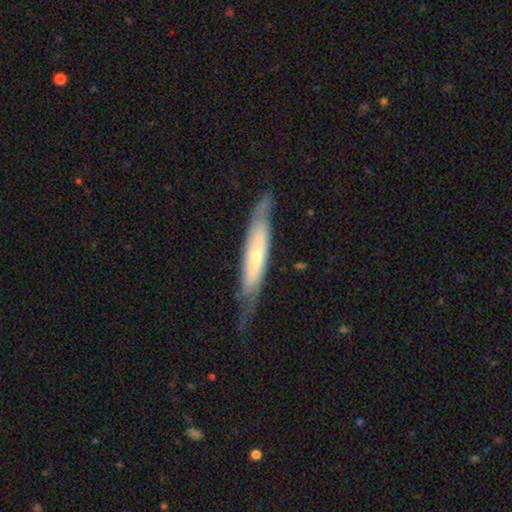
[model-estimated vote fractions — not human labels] featured or disk 63%, smooth 32%, star or artifact 5%. Down the decision tree: edge-on disk — yes (55%); merging — none (63%).